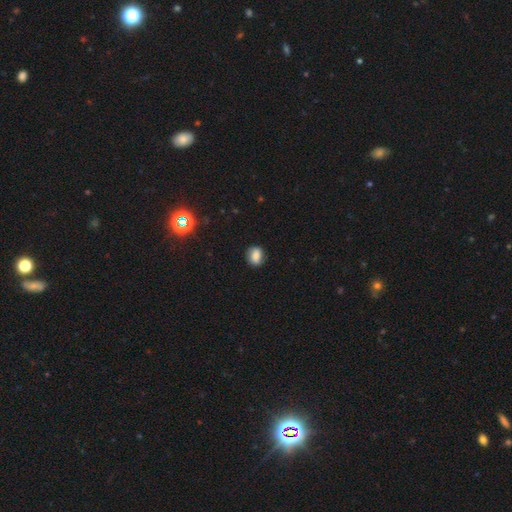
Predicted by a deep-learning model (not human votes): Smooth or featured? Predicted: smooth (p=0.78). How rounded? Predicted: in between (p=0.50). Merging? Predicted: none (p=0.81).